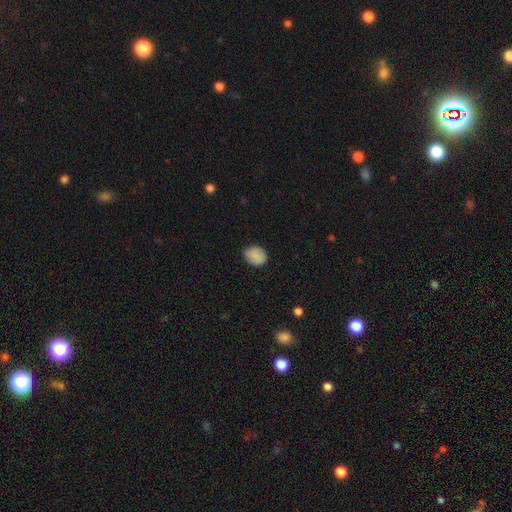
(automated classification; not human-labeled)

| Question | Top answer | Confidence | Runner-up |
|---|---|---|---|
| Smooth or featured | smooth | 88% | star or artifact (8%) |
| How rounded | in between | 51% | round (48%) |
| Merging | none | 79% | minor disturbance (17%) |